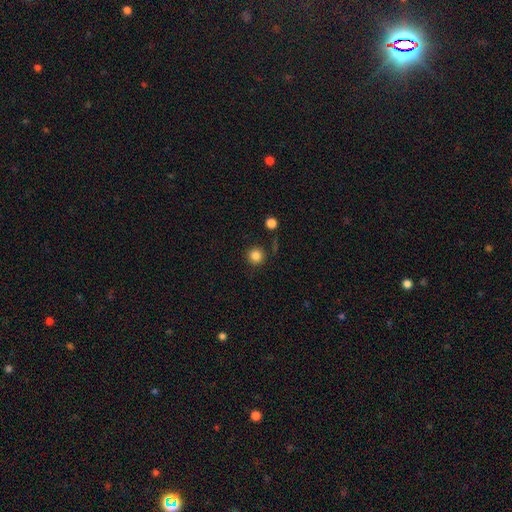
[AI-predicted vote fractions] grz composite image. It shows a smooth galaxy with no disk features (84%) that is round (95%). Merging: none (86%).